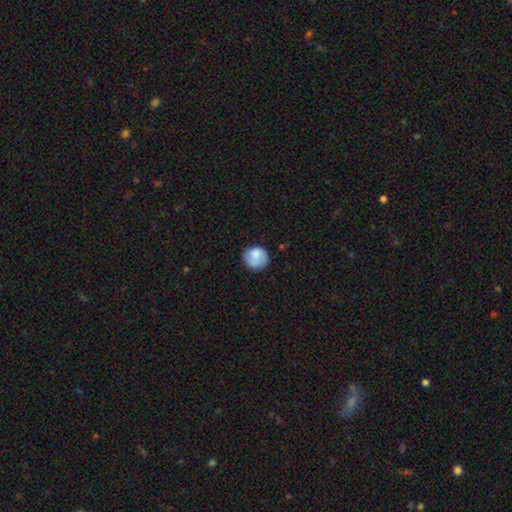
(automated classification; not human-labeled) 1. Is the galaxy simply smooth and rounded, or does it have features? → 77% smooth, 16% featured or disk, 7% star or artifact.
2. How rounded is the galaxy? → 82% round, 17% in between, 1% cigar-shaped.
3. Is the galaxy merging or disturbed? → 64% none, 24% minor disturbance, 8% major disturbance, 4% merger.